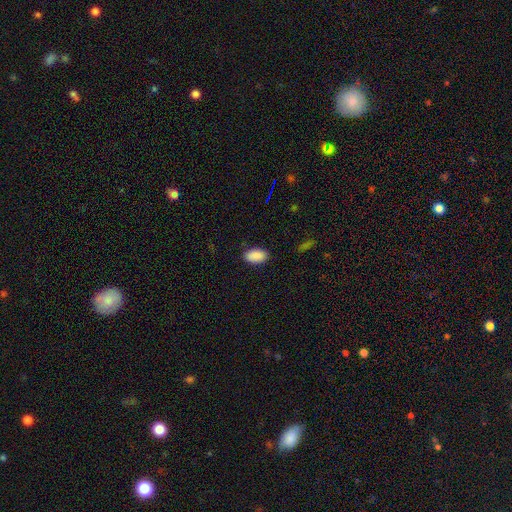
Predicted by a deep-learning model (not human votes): Morphology: type=smooth (90%); roundness=in between (94%); merging=none (87%).